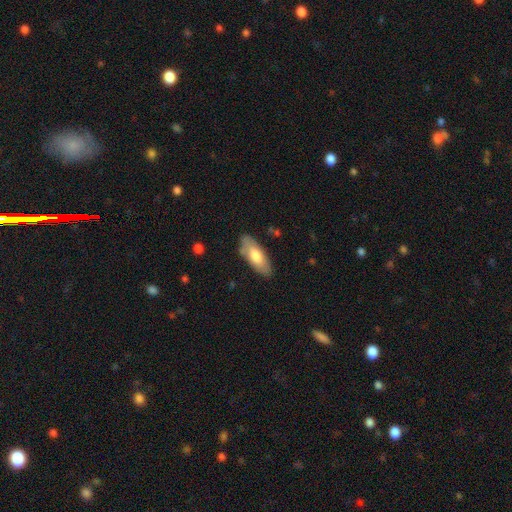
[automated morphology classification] Smooth or featured: smooth — 71% (featured or disk — 24%)
How rounded: in between — 80% (cigar-shaped — 18%)
Merging: none — 80% (minor disturbance — 15%)